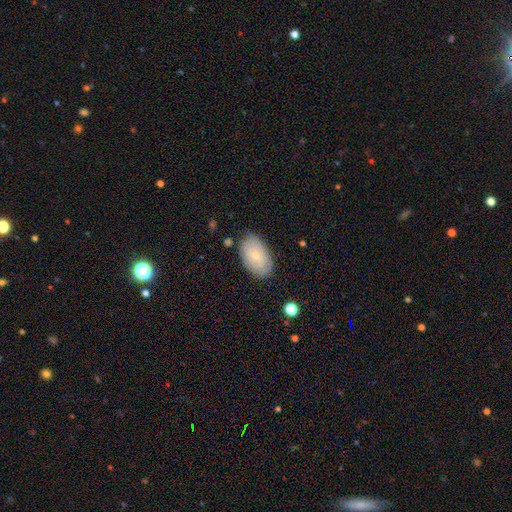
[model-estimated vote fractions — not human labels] Smooth or featured?
  - smooth: 64% *
  - featured or disk: 29%
  - star or artifact: 7%
How rounded?
  - in between: 93% *
  - round: 6%
  - cigar-shaped: 1%
Merging?
  - none: 81% *
  - minor disturbance: 15%
  - major disturbance: 3%
  - merger: 2%